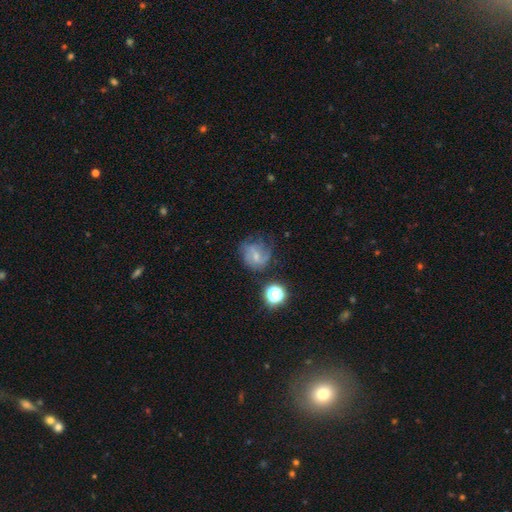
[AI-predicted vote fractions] This appears to be a featured or disk galaxy (51%) with no bar (46%), spiral arms (76%) and a small central bulge (59%). Merging: none (49%).